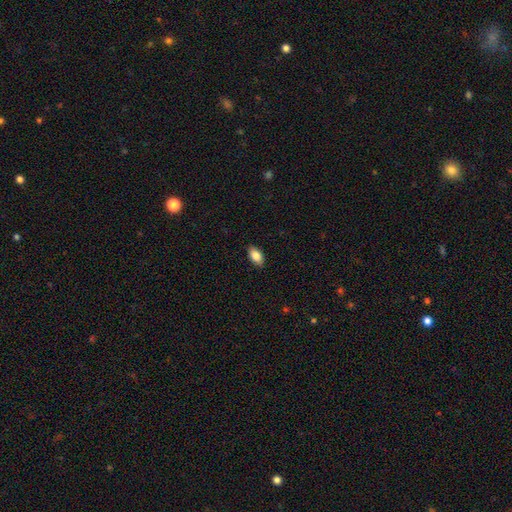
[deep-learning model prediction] Smooth or featured?
  - smooth: 84% *
  - featured or disk: 9%
  - star or artifact: 7%
How rounded?
  - in between: 91% *
  - round: 5%
  - cigar-shaped: 4%
Merging?
  - none: 89% *
  - minor disturbance: 9%
  - major disturbance: 2%
  - merger: 1%